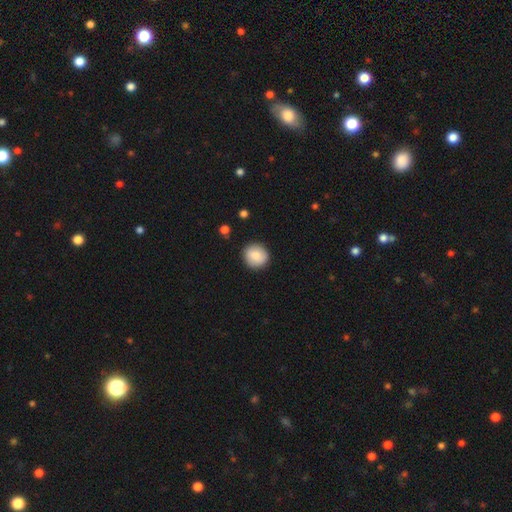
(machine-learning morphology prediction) A smooth galaxy with no disk features (81%) that is round (91%). Merging: none (89%).